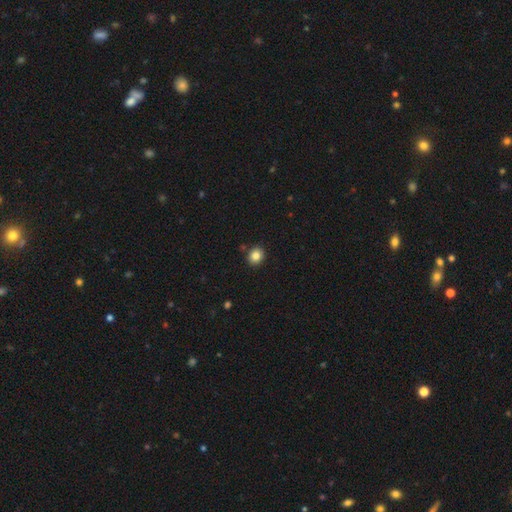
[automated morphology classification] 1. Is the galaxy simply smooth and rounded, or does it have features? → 85% smooth, 10% star or artifact, 5% featured or disk.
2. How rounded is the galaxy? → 70% round, 29% in between, 1% cigar-shaped.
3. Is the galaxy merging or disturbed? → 87% none, 8% minor disturbance, 3% merger, 2% major disturbance.